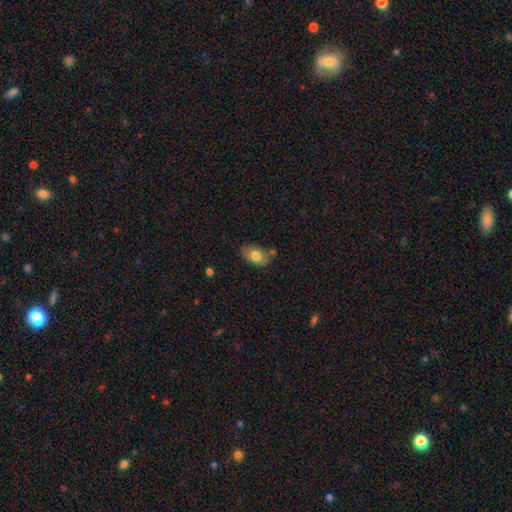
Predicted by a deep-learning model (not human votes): smooth-or-featured: smooth: 75% | featured or disk: 17% | star or artifact: 7%
  how-rounded: in between: 86% | round: 12% | cigar-shaped: 2%
  merging: none: 65% | minor disturbance: 23% | merger: 8% | major disturbance: 5%